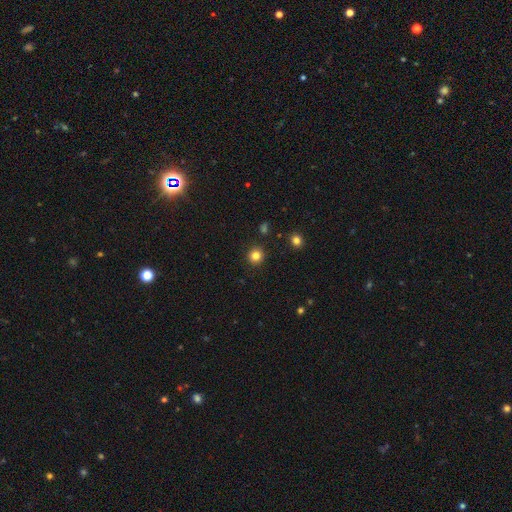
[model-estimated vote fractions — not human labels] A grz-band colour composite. It shows a smooth galaxy with no disk features (82%) that is round (93%). Merging: none (91%).